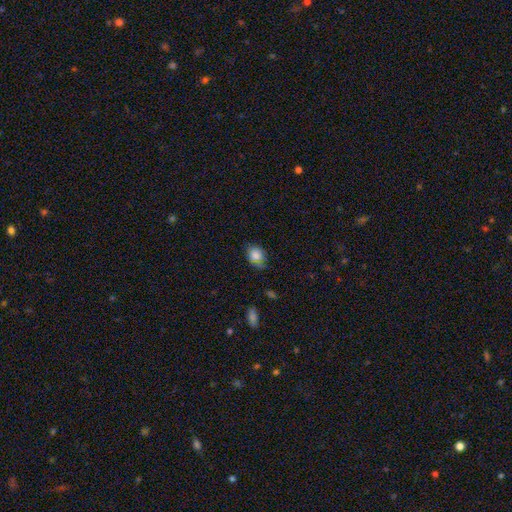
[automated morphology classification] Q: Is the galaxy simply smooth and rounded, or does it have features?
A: smooth — 79%.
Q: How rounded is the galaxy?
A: in between — 53%.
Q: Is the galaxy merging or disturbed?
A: none — 66%.